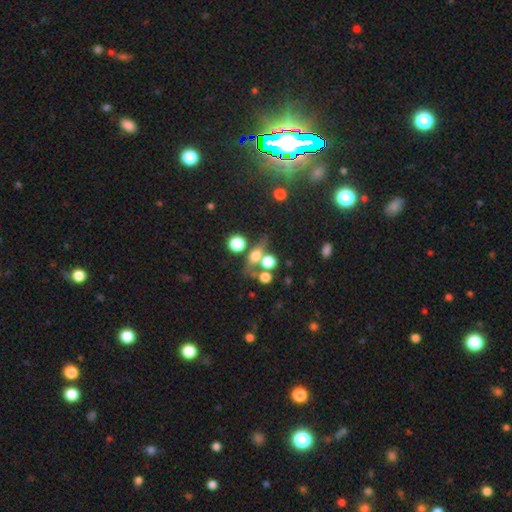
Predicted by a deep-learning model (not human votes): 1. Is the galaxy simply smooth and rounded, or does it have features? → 59% smooth, 22% featured or disk, 19% star or artifact.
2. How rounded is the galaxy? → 52% round, 39% in between, 9% cigar-shaped.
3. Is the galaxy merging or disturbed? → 48% none, 28% merger, 14% minor disturbance, 10% major disturbance.